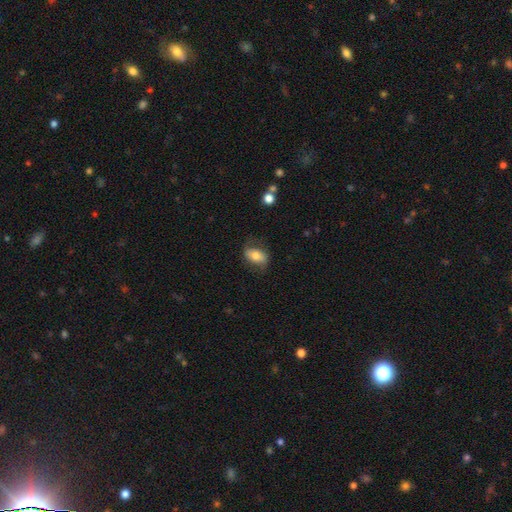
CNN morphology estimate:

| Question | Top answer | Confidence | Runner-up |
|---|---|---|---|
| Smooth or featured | smooth | 67% | featured or disk (26%) |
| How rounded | in between | 87% | round (10%) |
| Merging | none | 69% | minor disturbance (20%) |